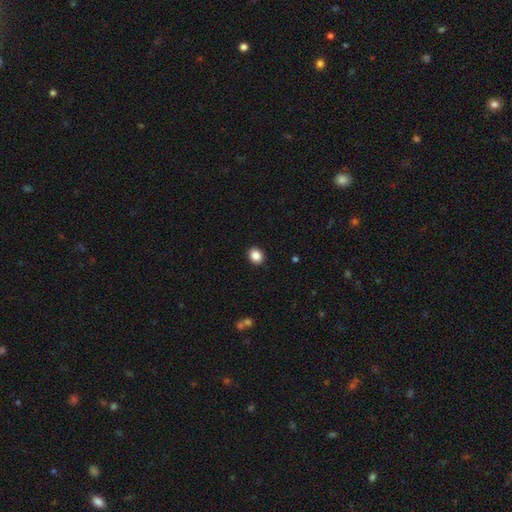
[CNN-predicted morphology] This is clearly a smooth galaxy (87%). How rounded: likely round (65%). Merging: clearly none (92%).